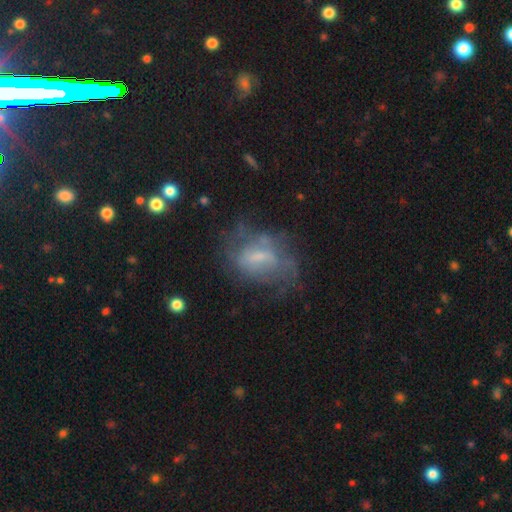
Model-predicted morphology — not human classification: Overall: featured or disk (54%; smooth 34%). Edge-on disk: no (95%). Bar: weak (45%; no 39%). Spiral arms: no (60%; yes 40%). Bulge size: small (44%; moderate 27%). Merging: none (43%; major disturbance 28%).